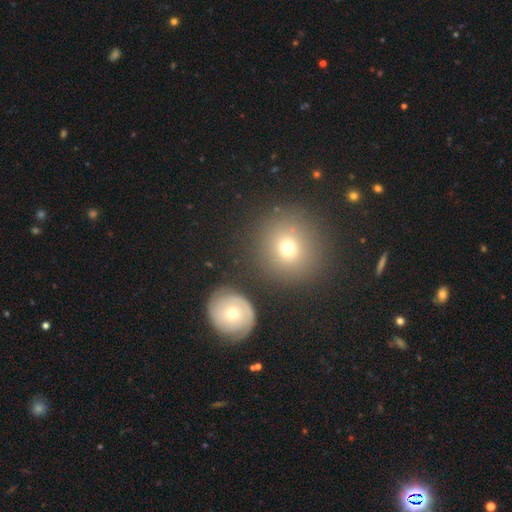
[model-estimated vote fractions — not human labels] smooth_or_featured: smooth (p=0.55) [alt: star or artifact p=0.24]
how_rounded: round (p=0.89) [alt: in between p=0.10]
merging: none (p=0.84) [alt: minor disturbance p=0.07]